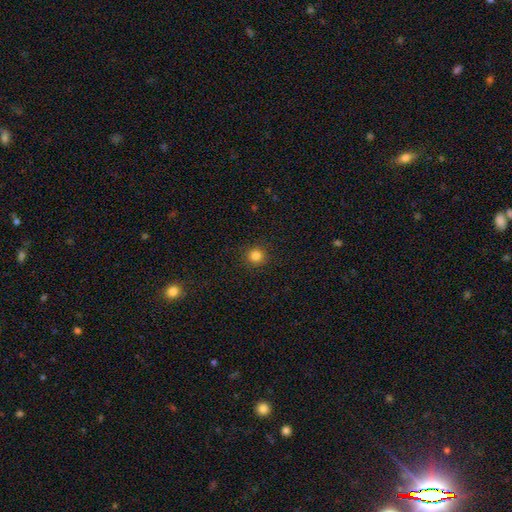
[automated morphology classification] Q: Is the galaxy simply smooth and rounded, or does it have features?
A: smooth — 83%.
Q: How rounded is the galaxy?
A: round — 93%.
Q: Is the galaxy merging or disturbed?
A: none — 91%.